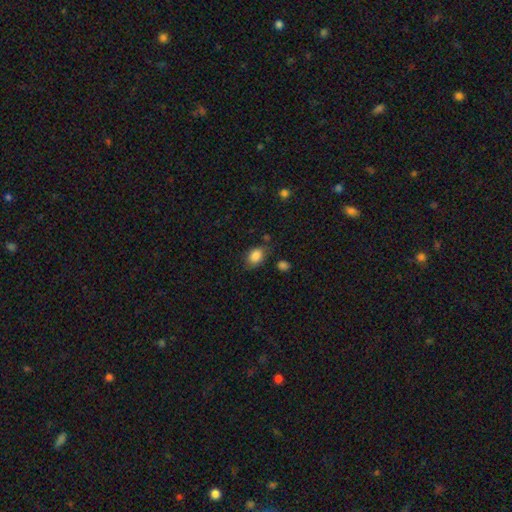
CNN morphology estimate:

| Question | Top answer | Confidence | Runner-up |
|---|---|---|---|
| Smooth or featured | smooth | 86% | star or artifact (9%) |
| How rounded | in between | 72% | round (27%) |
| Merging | none | 71% | minor disturbance (20%) |